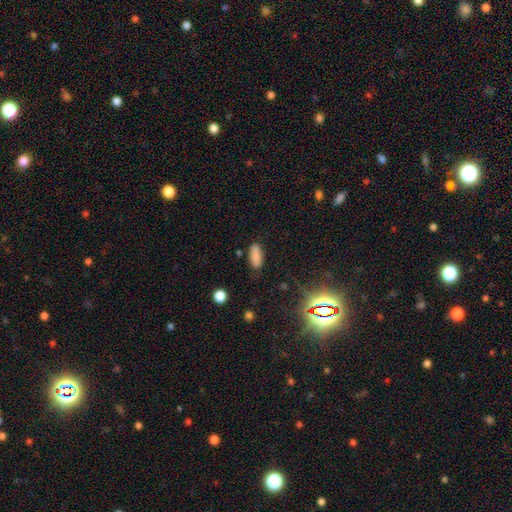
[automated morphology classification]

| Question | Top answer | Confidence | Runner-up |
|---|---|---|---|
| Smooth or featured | smooth | 83% | star or artifact (12%) |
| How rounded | in between | 77% | cigar-shaped (20%) |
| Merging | none | 82% | minor disturbance (13%) |